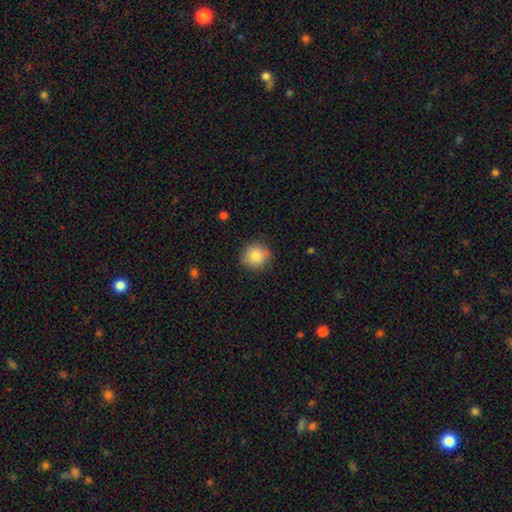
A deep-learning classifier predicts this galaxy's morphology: smooth-or-featured: smooth: 83% | star or artifact: 9% | featured or disk: 8%
  how-rounded: round: 89% | in between: 10% | cigar-shaped: 1%
  merging: none: 82% | minor disturbance: 14% | major disturbance: 3% | merger: 1%